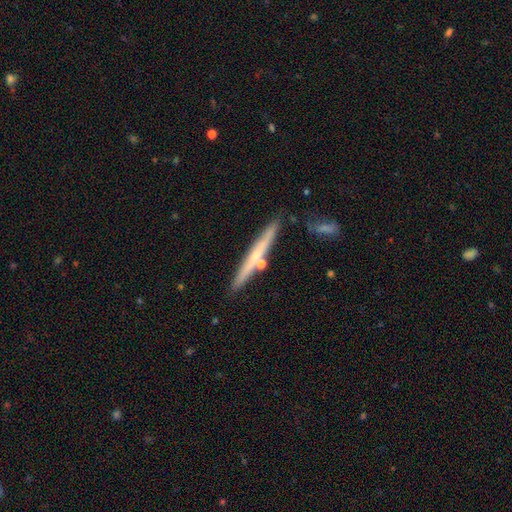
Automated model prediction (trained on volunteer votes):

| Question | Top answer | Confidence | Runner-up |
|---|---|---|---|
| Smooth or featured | featured or disk | 51% | smooth (43%) |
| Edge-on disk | yes | 95% | no (5%) |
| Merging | none | 82% | minor disturbance (10%) |